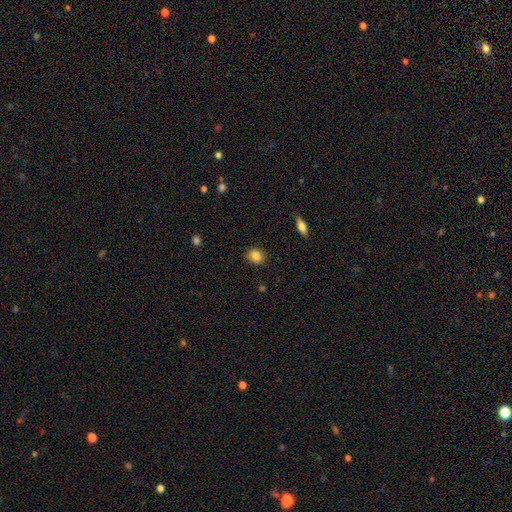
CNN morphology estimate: Smooth or featured?
  - smooth: 85% *
  - star or artifact: 9%
  - featured or disk: 5%
How rounded?
  - round: 56% *
  - in between: 42%
  - cigar-shaped: 1%
Merging?
  - none: 89% *
  - minor disturbance: 8%
  - major disturbance: 2%
  - merger: 1%